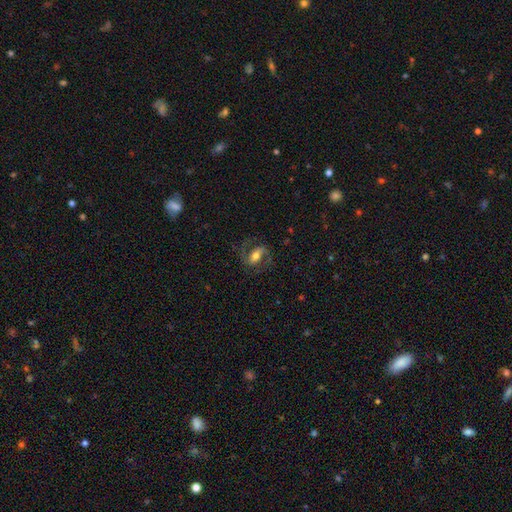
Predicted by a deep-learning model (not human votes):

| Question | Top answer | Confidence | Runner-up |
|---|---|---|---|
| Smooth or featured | featured or disk | 71% | smooth (21%) |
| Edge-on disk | no | 96% | yes (4%) |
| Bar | strong | 38% | weak (36%) |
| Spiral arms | yes | 92% | no (8%) |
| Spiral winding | medium | 52% | loose (32%) |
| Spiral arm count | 2 | 90% | 1 (4%) |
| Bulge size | moderate | 60% | small (19%) |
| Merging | none | 70% | minor disturbance (15%) |